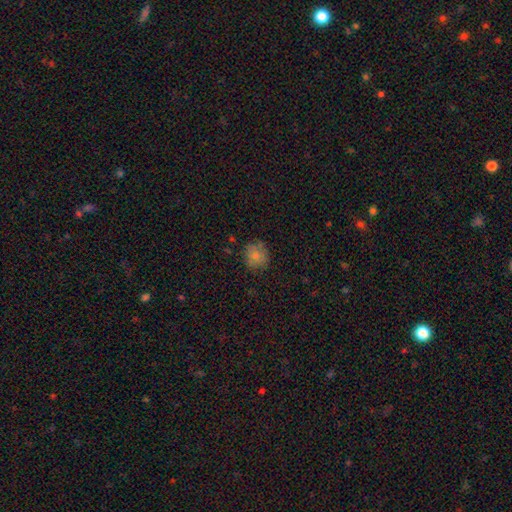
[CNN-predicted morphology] This appears to be a smooth galaxy with no disk features (78%) that is round (86%). Merging: none (73%).